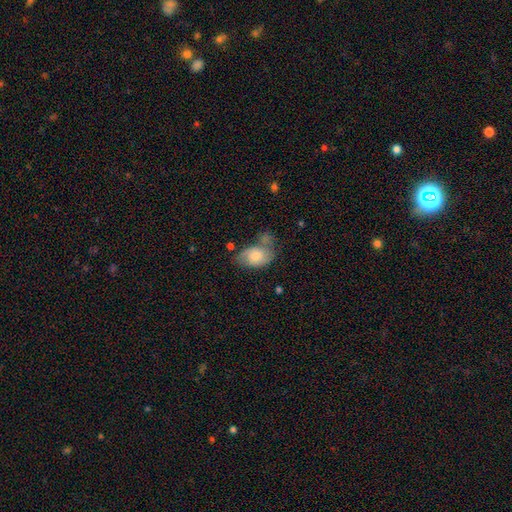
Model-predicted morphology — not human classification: Q: Smooth or featured?
A: smooth (62%); runner-up: featured or disk (31%)
Q: How rounded?
A: in between (86%); runner-up: round (12%)
Q: Merging?
A: none (38%); runner-up: minor disturbance (29%)